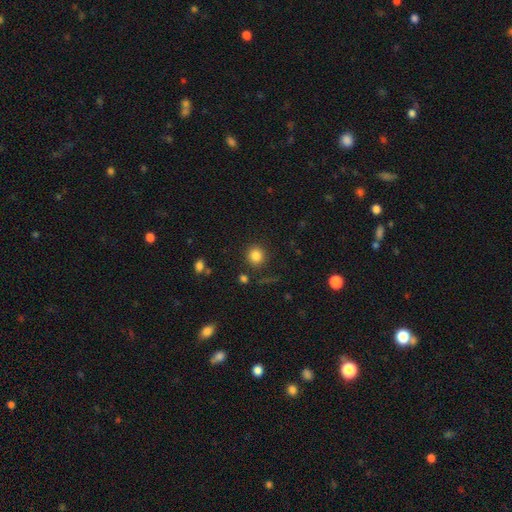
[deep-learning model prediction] Q: Smooth or featured?
A: smooth (84%); runner-up: star or artifact (11%)
Q: How rounded?
A: round (90%); runner-up: in between (9%)
Q: Merging?
A: none (86%); runner-up: minor disturbance (7%)